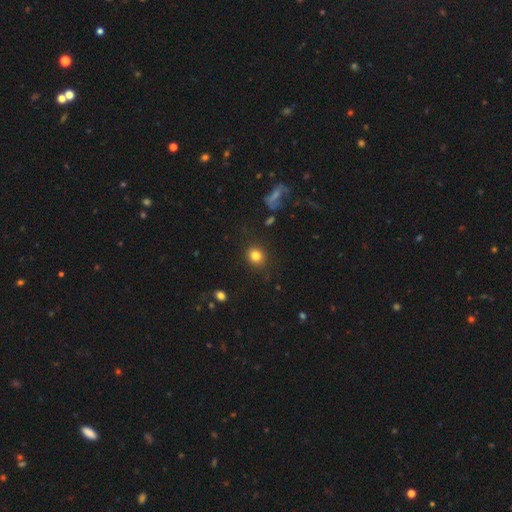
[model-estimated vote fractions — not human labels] Q: Smooth or featured?
A: smooth (81%); runner-up: star or artifact (12%)
Q: How rounded?
A: round (80%); runner-up: in between (19%)
Q: Merging?
A: none (86%); runner-up: minor disturbance (9%)